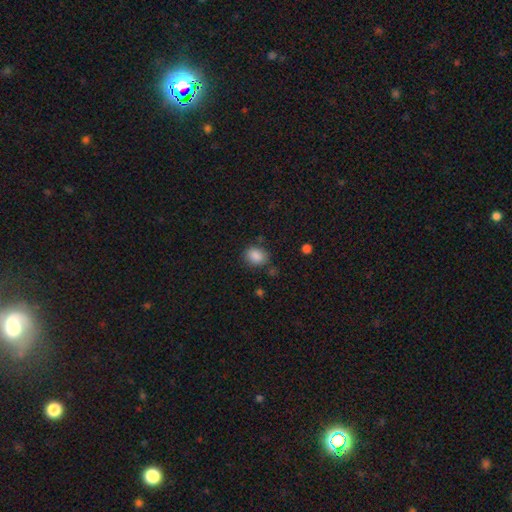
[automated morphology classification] A smooth galaxy with no disk features (87%) that is in between round and cigar-shaped (54%).

Vote fractions:
- Smooth or featured? smooth: 87% / star or artifact: 9% / featured or disk: 4%
- How rounded? in between: 54% / round: 46% / cigar-shaped: 1%
- Merging? none: 77% / minor disturbance: 15% / major disturbance: 4% / merger: 4%